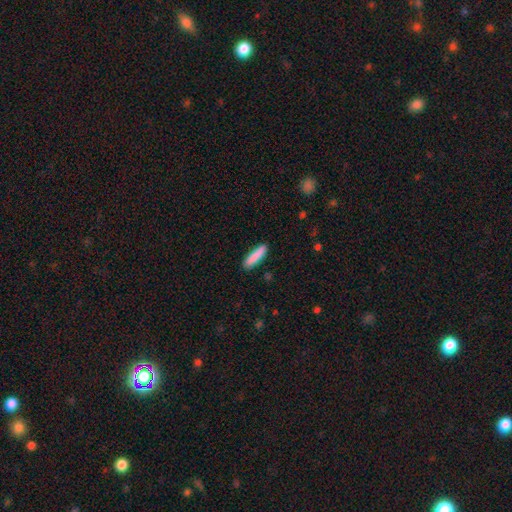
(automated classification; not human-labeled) Q: Smooth or featured?
A: smooth (87%); runner-up: featured or disk (7%)
Q: How rounded?
A: cigar-shaped (83%); runner-up: in between (16%)
Q: Merging?
A: none (89%); runner-up: minor disturbance (8%)